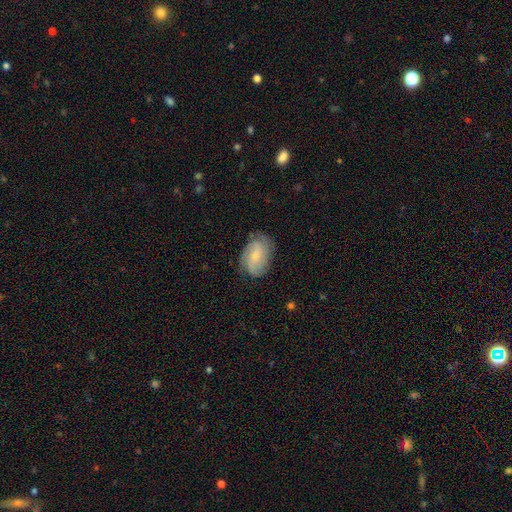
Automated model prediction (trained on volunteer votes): A featured or disk galaxy (53%) with no bar (57%), spiral arms (88%) and a small central bulge (62%). Merging: none (73%).